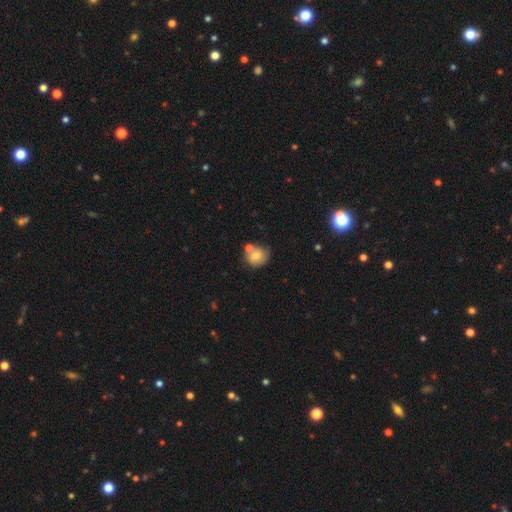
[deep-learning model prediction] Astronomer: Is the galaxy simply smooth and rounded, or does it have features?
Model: smooth — 64%.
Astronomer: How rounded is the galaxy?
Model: round — 72%.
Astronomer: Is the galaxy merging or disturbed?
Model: none — 47% (runner-up: merger, 31%).